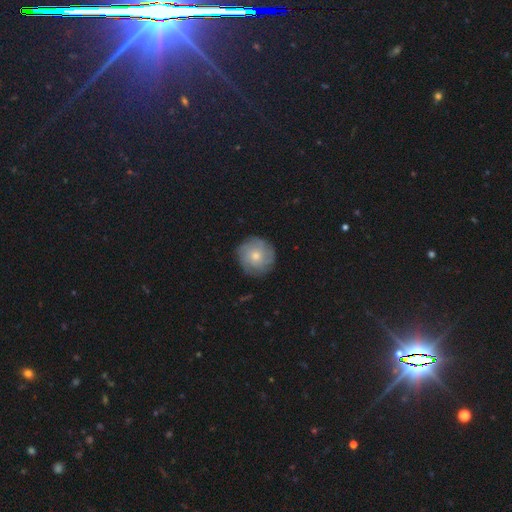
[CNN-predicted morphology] Overall: smooth (48%; featured or disk 44%). Merging: none (84%).